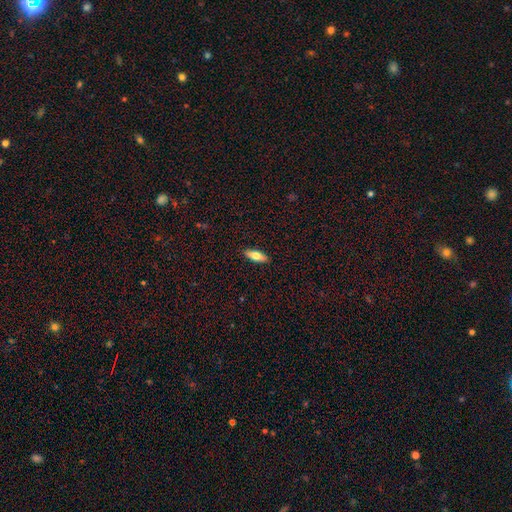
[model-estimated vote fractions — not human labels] Smooth or featured? Predicted: smooth (p=0.70). How rounded? Predicted: in between (p=0.61). Merging? Predicted: none (p=0.90).